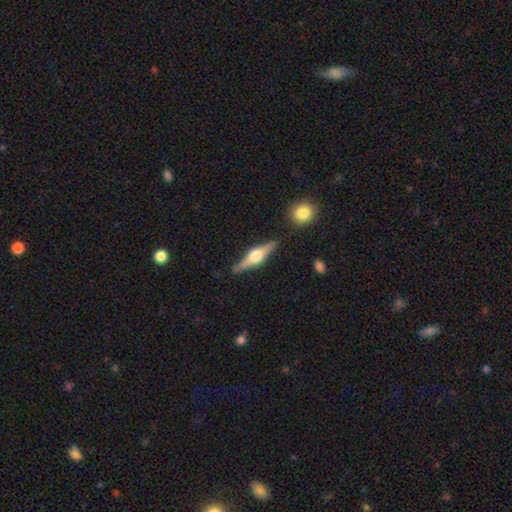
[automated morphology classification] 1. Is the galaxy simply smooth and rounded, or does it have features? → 73% featured or disk, 22% smooth, 6% star or artifact.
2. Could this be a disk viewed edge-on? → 97% yes, 3% no.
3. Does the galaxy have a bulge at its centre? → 92% rounded, 7% boxy, 2% none.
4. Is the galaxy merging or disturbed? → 84% none, 11% minor disturbance, 3% merger, 2% major disturbance.